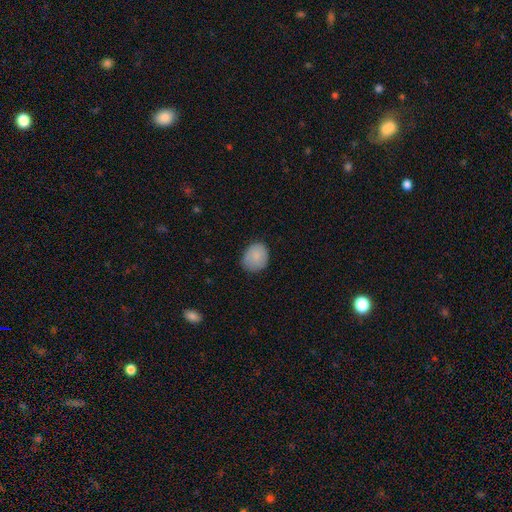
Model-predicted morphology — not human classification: smooth_or_featured: smooth (p=0.85) [alt: featured or disk p=0.08]
how_rounded: round (p=0.59) [alt: in between p=0.40]
merging: none (p=0.76) [alt: minor disturbance p=0.19]